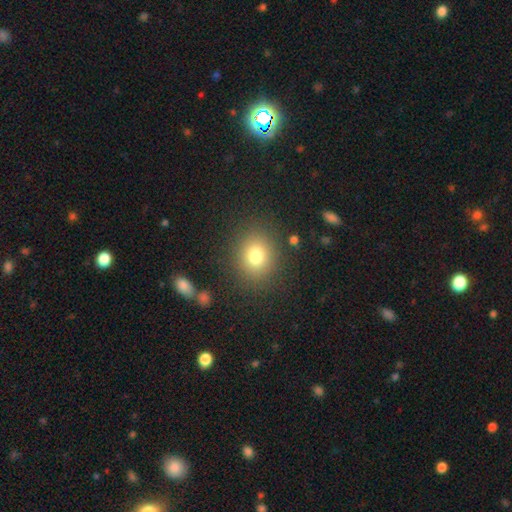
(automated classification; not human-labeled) Smooth or featured: smooth — 77% (star or artifact — 14%)
How rounded: round — 71% (in between — 28%)
Merging: none — 86% (minor disturbance — 8%)